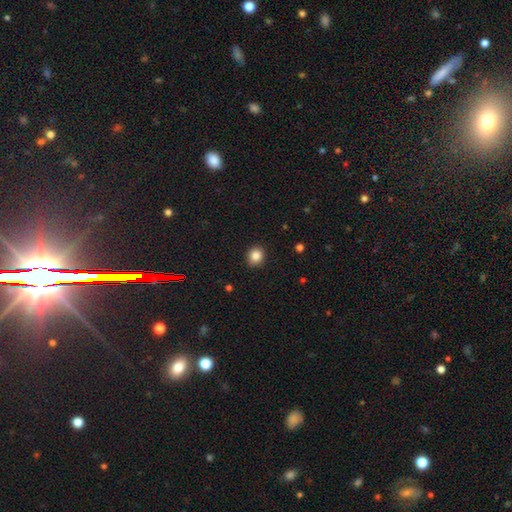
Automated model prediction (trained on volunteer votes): smooth 85%, star or artifact 10%, featured or disk 5%. Down the decision tree: how rounded — round (75%); merging — none (90%).